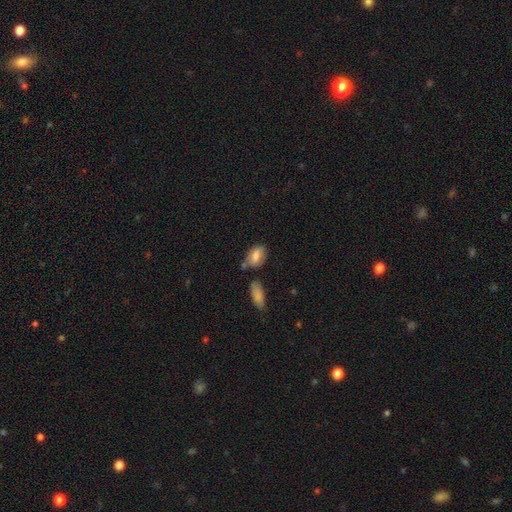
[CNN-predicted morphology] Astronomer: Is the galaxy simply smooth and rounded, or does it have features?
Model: smooth — 76%.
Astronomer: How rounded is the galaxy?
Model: in between — 89%.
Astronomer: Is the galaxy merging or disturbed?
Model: none — 53%.